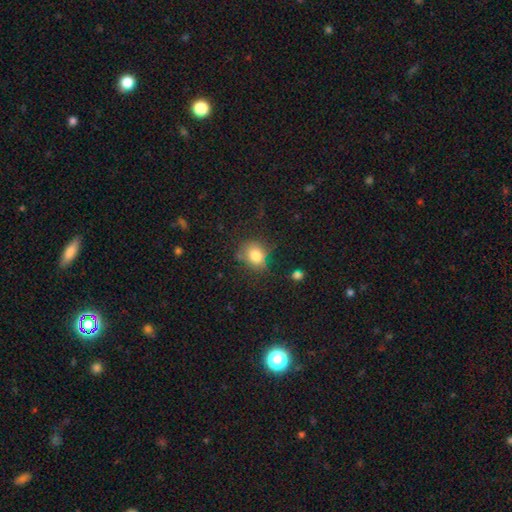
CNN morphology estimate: Smooth or featured? smooth (81%)
How rounded? round (60%)
Merging? none (68%)